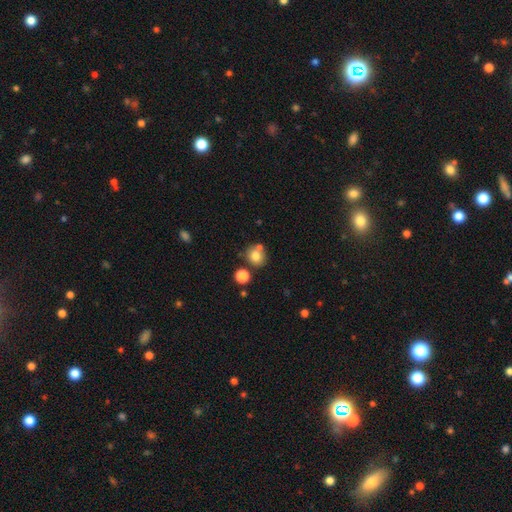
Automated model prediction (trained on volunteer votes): Morphology: type=smooth (78%); roundness=round (82%); merging=none (63%).